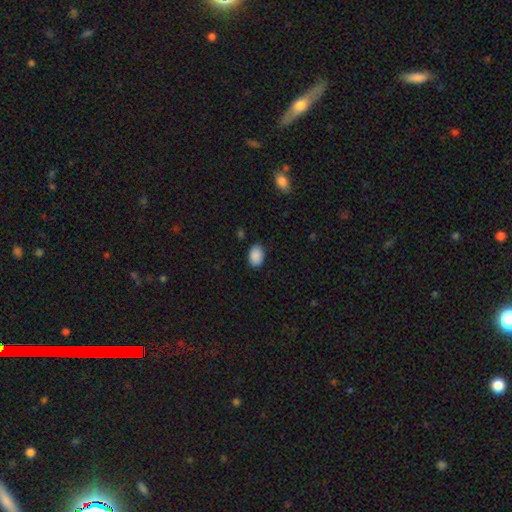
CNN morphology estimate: The model was most divided on "how rounded": in between: 83%, round: 16%, cigar-shaped: 1%. More confident: smooth or featured — smooth (90%); merging — none (85%).